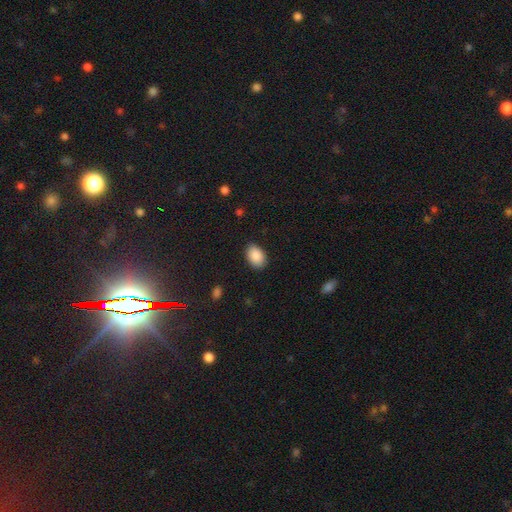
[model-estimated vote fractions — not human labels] smooth-or-featured: smooth: 90% | star or artifact: 7% | featured or disk: 4%
  how-rounded: in between: 86% | round: 13% | cigar-shaped: 1%
  merging: none: 85% | minor disturbance: 11% | major disturbance: 2% | merger: 1%